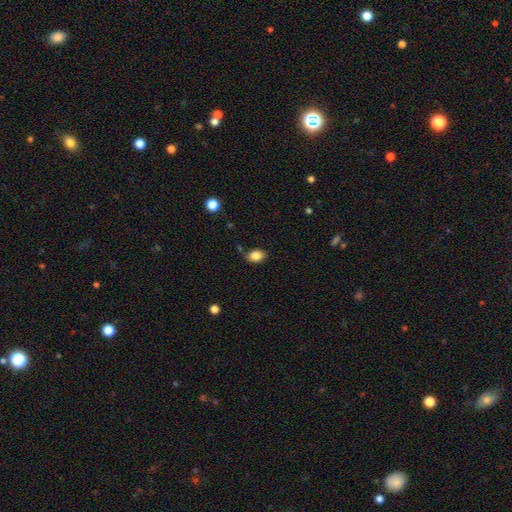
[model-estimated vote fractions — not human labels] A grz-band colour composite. It shows a smooth galaxy with no disk features (85%) that is in between round and cigar-shaped (80%). Merging: none (81%).